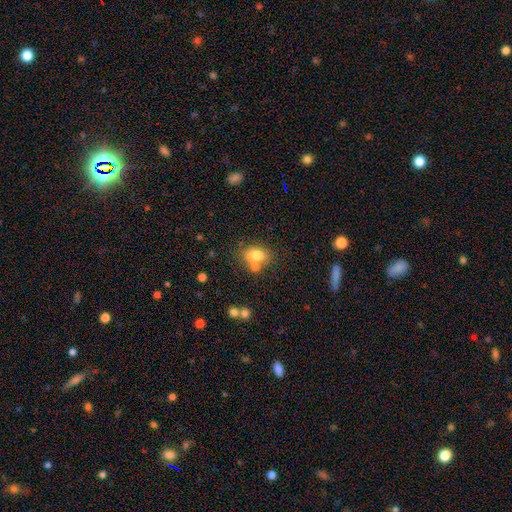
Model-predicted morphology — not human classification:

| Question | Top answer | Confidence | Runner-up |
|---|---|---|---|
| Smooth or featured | smooth | 74% | featured or disk (16%) |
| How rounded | in between | 72% | round (27%) |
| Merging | none | 46% | merger (33%) |